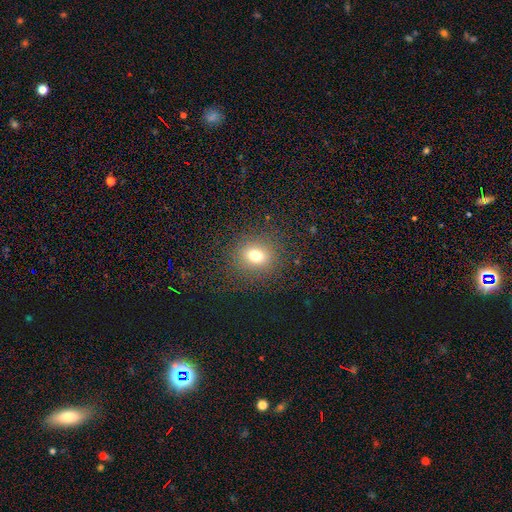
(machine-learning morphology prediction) A smooth galaxy with no disk features (75%) that is round (70%).

Vote fractions:
- Smooth or featured? smooth: 75% / star or artifact: 16% / featured or disk: 9%
- How rounded? round: 70% / in between: 29% / cigar-shaped: 1%
- Merging? none: 88% / minor disturbance: 7% / major disturbance: 4% / merger: 1%